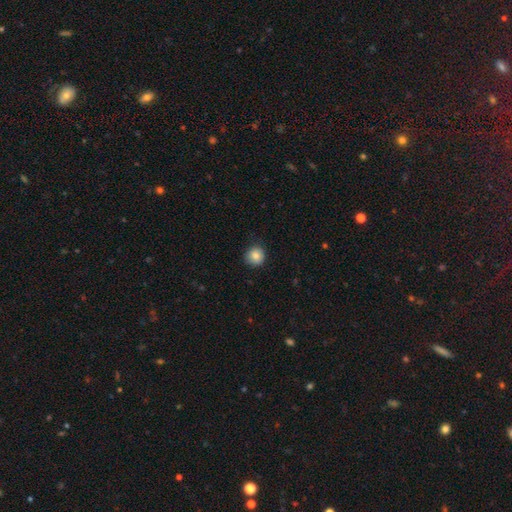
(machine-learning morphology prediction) Smooth or featured?
  - smooth: 84% *
  - star or artifact: 9%
  - featured or disk: 6%
How rounded?
  - round: 92% *
  - in between: 7%
  - cigar-shaped: 1%
Merging?
  - none: 86% *
  - minor disturbance: 10%
  - major disturbance: 2%
  - merger: 1%